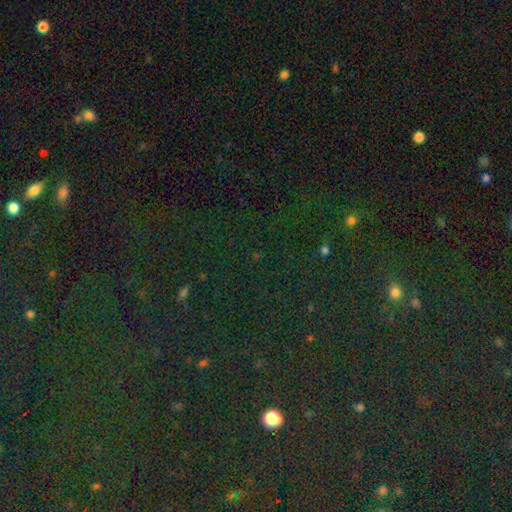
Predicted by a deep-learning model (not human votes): star or artifact 81%, smooth 12%, featured or disk 8%.